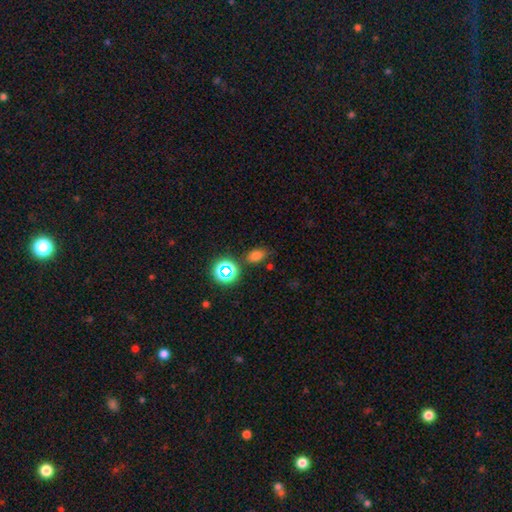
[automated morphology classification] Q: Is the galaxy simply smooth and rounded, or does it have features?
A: smooth — 72%.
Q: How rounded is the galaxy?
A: in between — 78%.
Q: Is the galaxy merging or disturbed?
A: none — 76%.